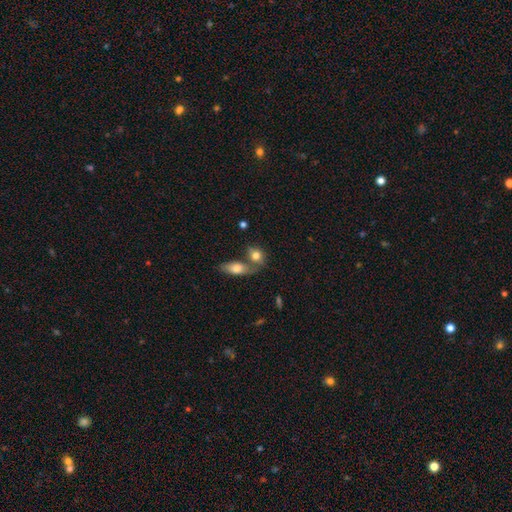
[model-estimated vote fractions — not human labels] Q: Smooth or featured?
A: smooth (79%); runner-up: featured or disk (13%)
Q: How rounded?
A: in between (56%); runner-up: round (39%)
Q: Merging?
A: merger (45%); runner-up: none (39%)